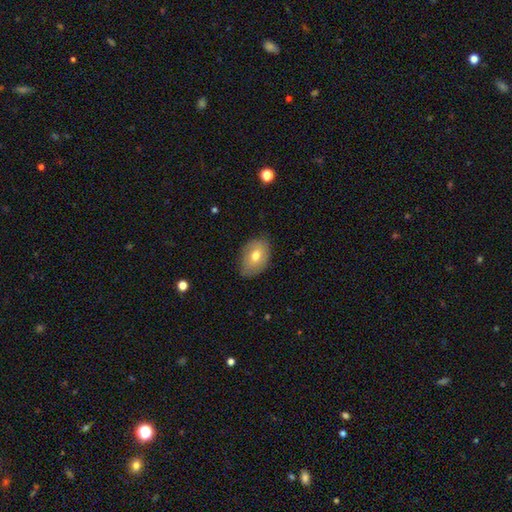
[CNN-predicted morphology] smooth 68%, featured or disk 25%, star or artifact 8%. Down the decision tree: how rounded — in between (81%); merging — none (72%).